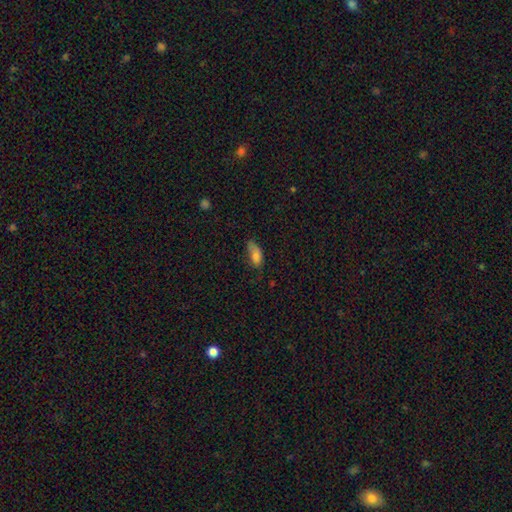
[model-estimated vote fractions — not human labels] Smooth or featured: smooth — 80% (featured or disk — 11%)
How rounded: in between — 86% (cigar-shaped — 10%)
Merging: none — 41% (minor disturbance — 38%)